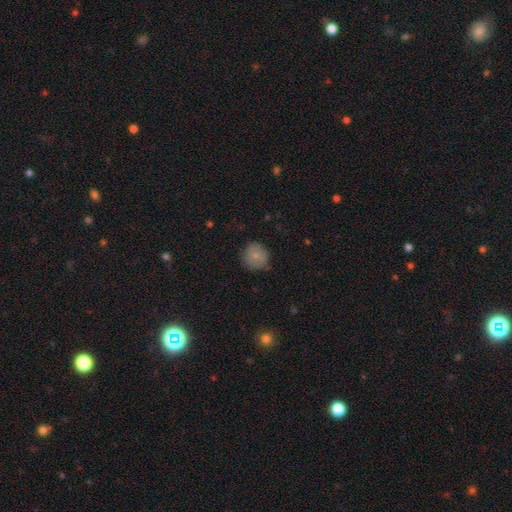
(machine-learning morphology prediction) This appears to be a smooth galaxy with no disk features (76%) that is round (90%). Merging: none (73%).